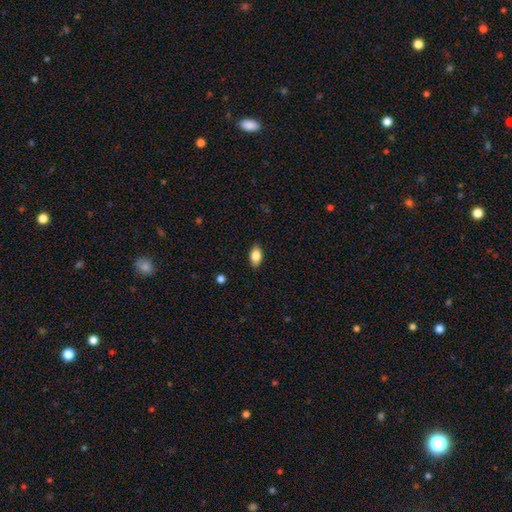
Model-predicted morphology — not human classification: type=smooth (83%); roundness=in between (90%); merging=none (87%).